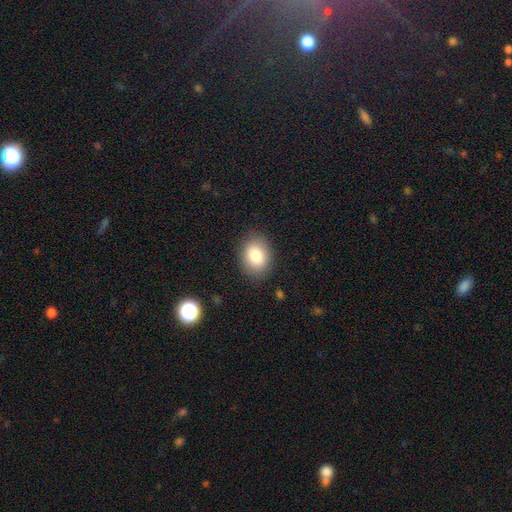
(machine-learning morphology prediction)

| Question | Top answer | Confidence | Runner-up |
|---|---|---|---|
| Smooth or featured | smooth | 83% | featured or disk (9%) |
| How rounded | in between | 67% | round (32%) |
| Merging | none | 86% | minor disturbance (10%) |